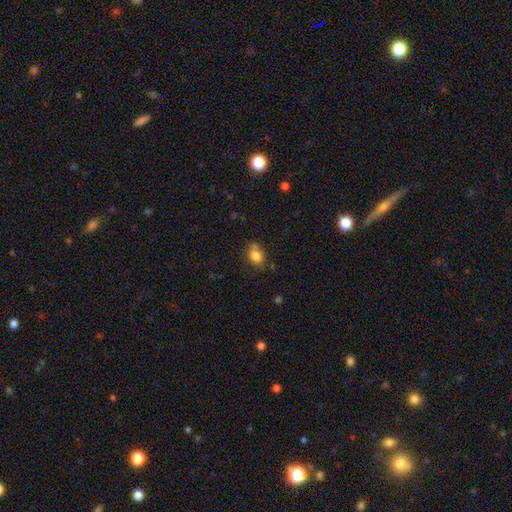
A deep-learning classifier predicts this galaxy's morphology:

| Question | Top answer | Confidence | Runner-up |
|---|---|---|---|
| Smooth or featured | smooth | 81% | star or artifact (11%) |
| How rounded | in between | 60% | round (39%) |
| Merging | none | 62% | minor disturbance (19%) |